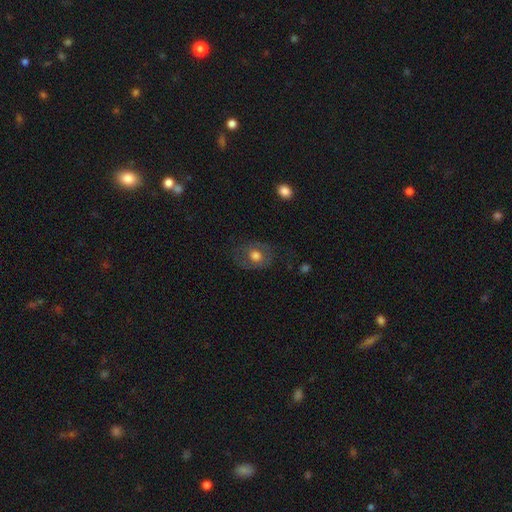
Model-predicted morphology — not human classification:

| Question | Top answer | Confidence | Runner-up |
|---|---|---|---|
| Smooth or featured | smooth | 62% | featured or disk (29%) |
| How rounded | round | 50% | in between (49%) |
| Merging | none | 72% | minor disturbance (17%) |